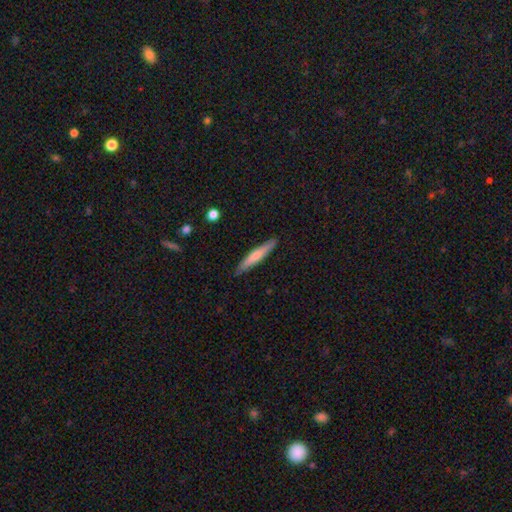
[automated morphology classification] A smooth galaxy with no disk features (61%) that is cigar-shaped (92%). Merging: none (88%).